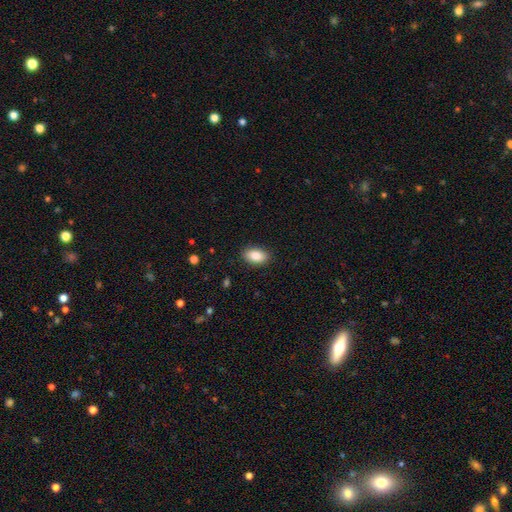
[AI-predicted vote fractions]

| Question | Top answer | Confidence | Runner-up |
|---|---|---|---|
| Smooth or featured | smooth | 87% | star or artifact (7%) |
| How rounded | in between | 91% | round (7%) |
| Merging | none | 88% | minor disturbance (8%) |